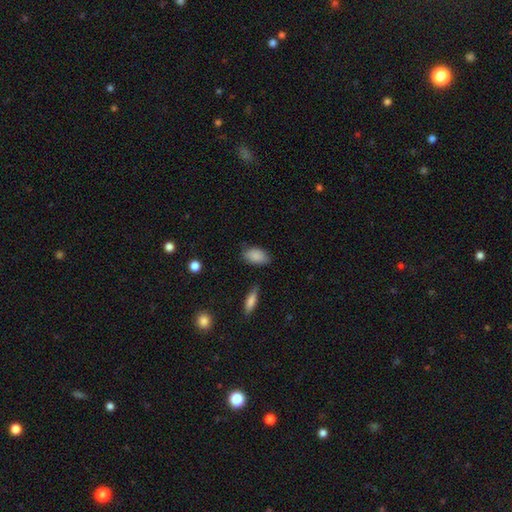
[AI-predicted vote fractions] This is clearly a smooth galaxy (87%). How rounded: clearly in between (91%). Merging: likely none (77%).